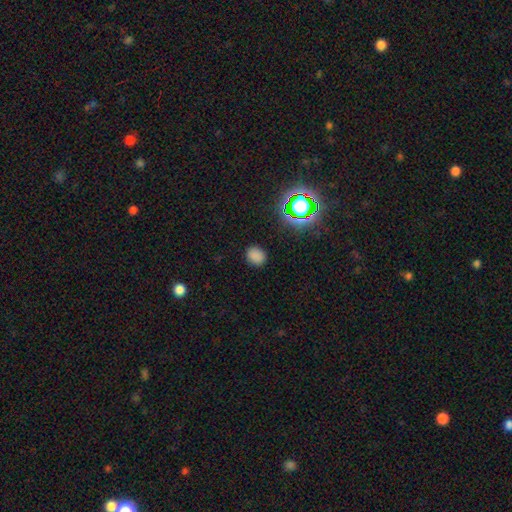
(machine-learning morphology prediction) Overall: smooth (76%). How rounded: round (56%; in between 43%). Merging: none (86%).